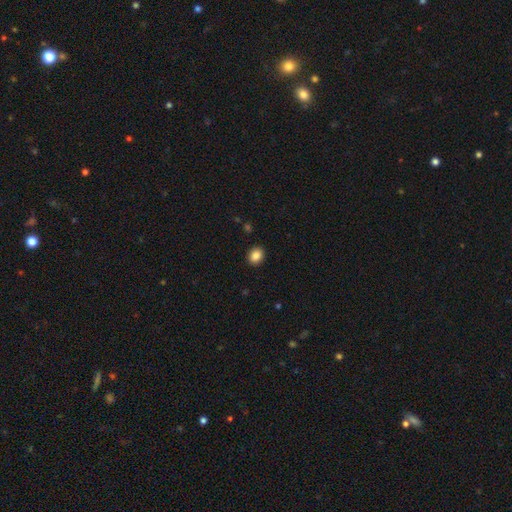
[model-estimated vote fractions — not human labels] Smooth or featured? smooth (87%)
How rounded? round (55%)
Merging? none (91%)